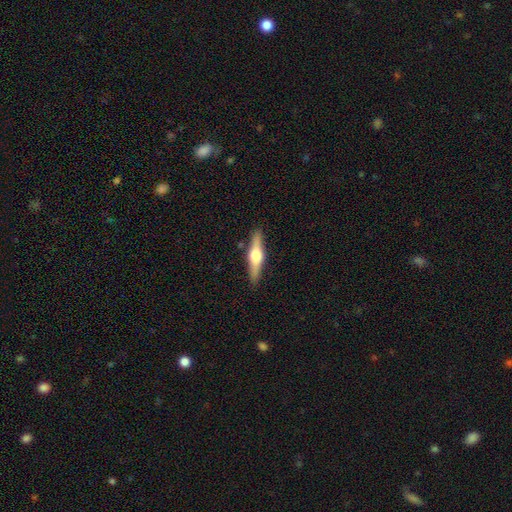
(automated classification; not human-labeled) Smooth or featured? featured or disk (65%)
Edge-on disk? yes (97%)
Edge-on bulge? rounded (94%)
Merging? none (89%)